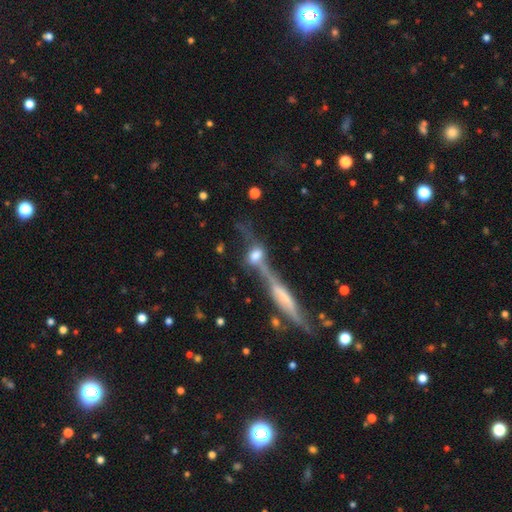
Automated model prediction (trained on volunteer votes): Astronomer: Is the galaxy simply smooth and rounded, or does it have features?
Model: featured or disk — 46% (runner-up: smooth, 41%).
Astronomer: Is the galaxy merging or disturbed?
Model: merger — 53%.